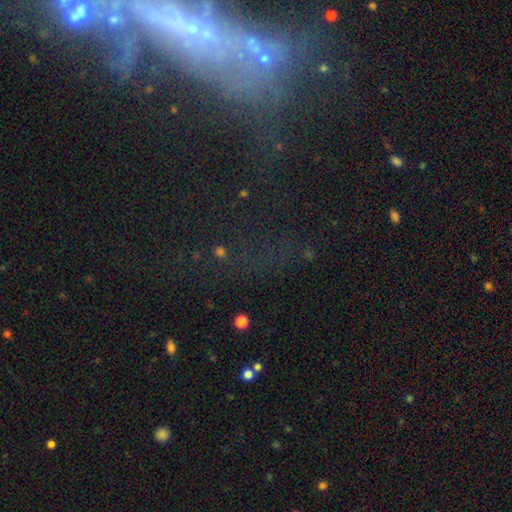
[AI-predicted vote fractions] A star or artifact, not a galaxy (49%).

Vote fractions:
- Smooth or featured? star or artifact: 49% / featured or disk: 30% / smooth: 20%